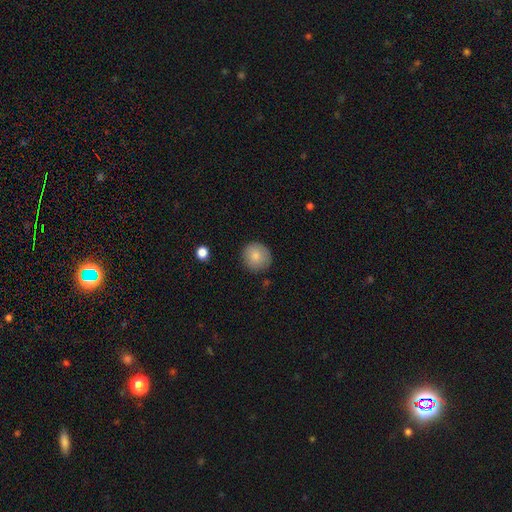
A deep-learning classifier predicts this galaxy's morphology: smooth_or_featured: smooth (p=0.84) [alt: featured or disk p=0.08]
how_rounded: round (p=0.90) [alt: in between p=0.09]
merging: none (p=0.85) [alt: minor disturbance p=0.11]